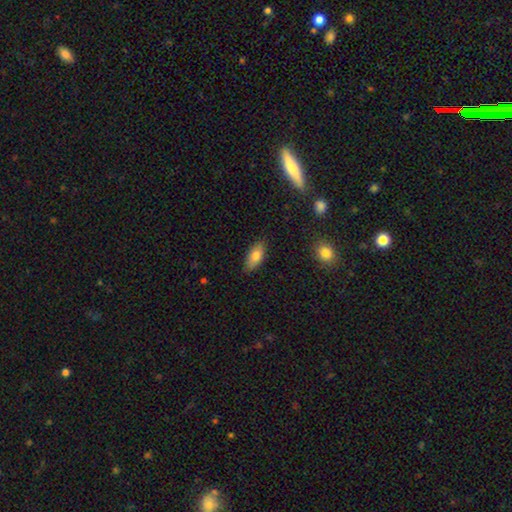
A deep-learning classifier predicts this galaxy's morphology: Smooth or featured? Predicted: smooth (p=0.78). How rounded? Predicted: in between (p=0.83). Merging? Predicted: none (p=0.86).